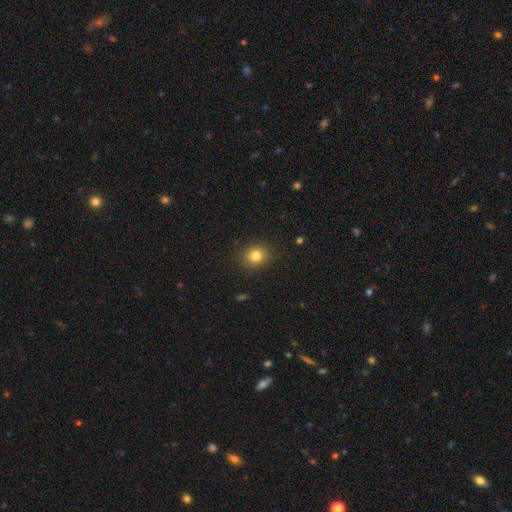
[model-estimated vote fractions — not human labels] Q: Smooth or featured?
A: smooth (82%); runner-up: star or artifact (12%)
Q: How rounded?
A: round (74%); runner-up: in between (25%)
Q: Merging?
A: none (89%); runner-up: minor disturbance (7%)